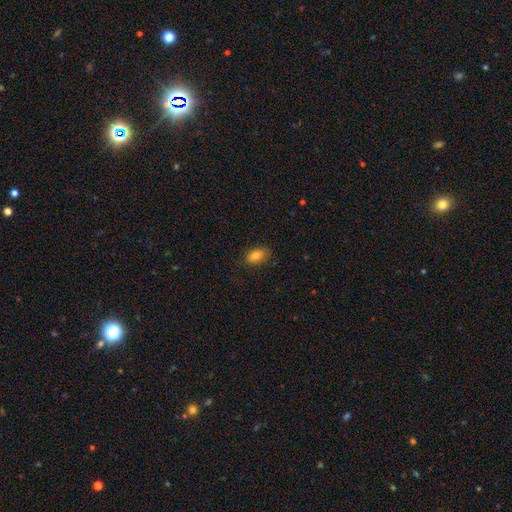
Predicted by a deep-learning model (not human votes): Smooth or featured?
  - smooth: 83% *
  - star or artifact: 9%
  - featured or disk: 9%
How rounded?
  - in between: 90% *
  - round: 7%
  - cigar-shaped: 3%
Merging?
  - none: 82% *
  - minor disturbance: 14%
  - major disturbance: 3%
  - merger: 1%